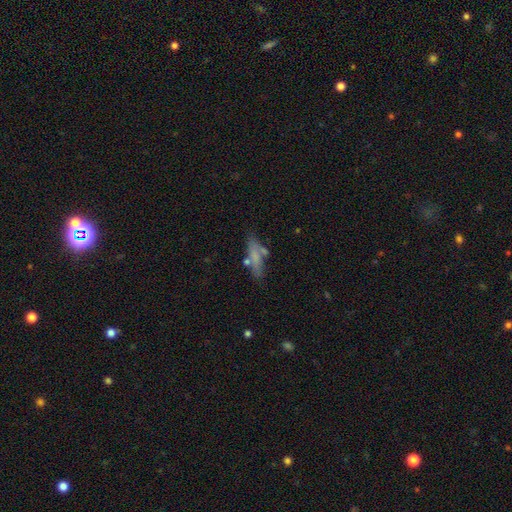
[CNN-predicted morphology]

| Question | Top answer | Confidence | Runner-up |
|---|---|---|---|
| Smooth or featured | smooth | 62% | featured or disk (29%) |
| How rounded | cigar-shaped | 66% | in between (31%) |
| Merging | none | 62% | minor disturbance (18%) |